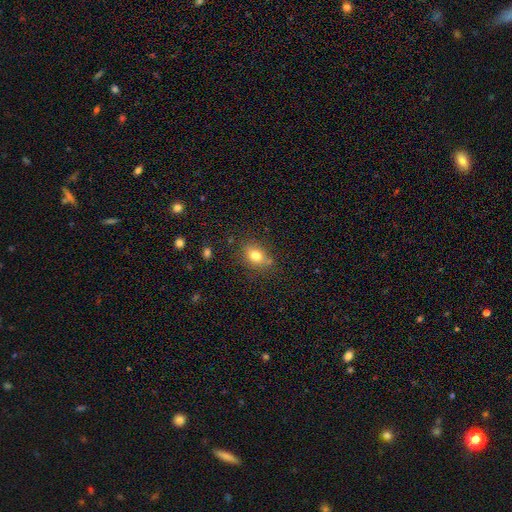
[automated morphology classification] smooth 78%, star or artifact 12%, featured or disk 11%. Down the decision tree: how rounded — in between (58%); merging — none (74%).